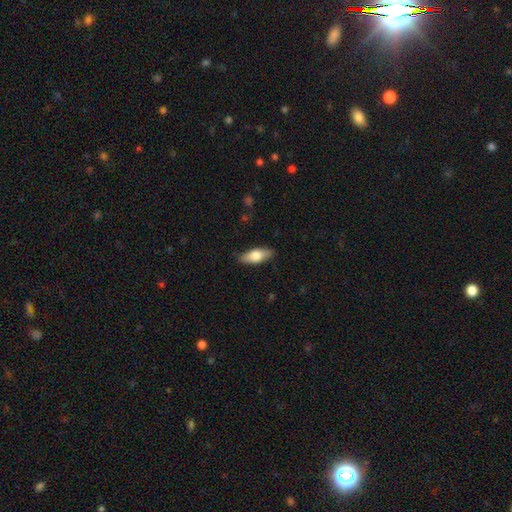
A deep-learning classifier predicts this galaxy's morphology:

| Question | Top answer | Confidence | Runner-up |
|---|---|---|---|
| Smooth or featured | smooth | 70% | featured or disk (25%) |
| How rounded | in between | 74% | cigar-shaped (23%) |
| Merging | none | 86% | minor disturbance (11%) |